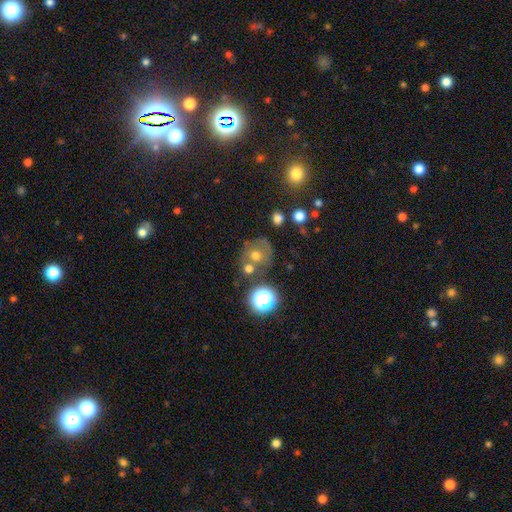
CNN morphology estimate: The model was most divided on "merging": none: 50%, merger: 26%, minor disturbance: 15%, major disturbance: 9%. More confident: how rounded — round (80%); smooth or featured — smooth (60%).